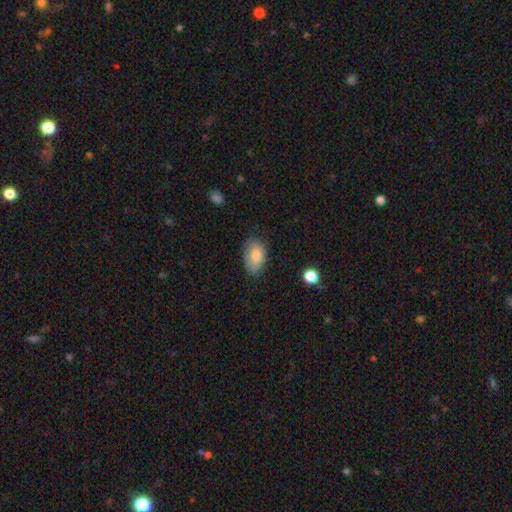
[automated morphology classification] smooth 80%, featured or disk 13%, star or artifact 7%. Down the decision tree: how rounded — in between (90%); merging — none (59%).